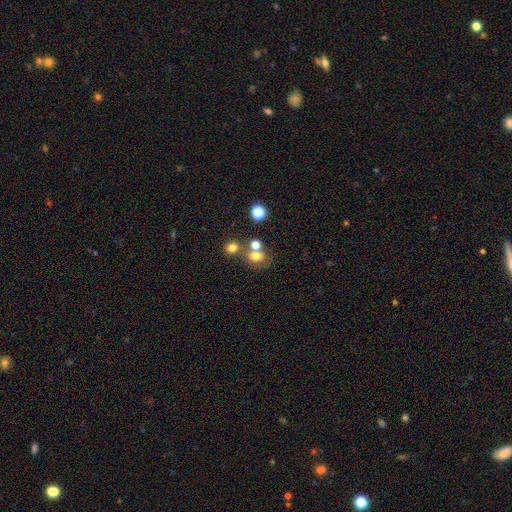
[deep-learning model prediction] Smooth or featured? Predicted: smooth (p=0.69). How rounded? Predicted: round (p=0.56). Merging? Predicted: none (p=0.48).